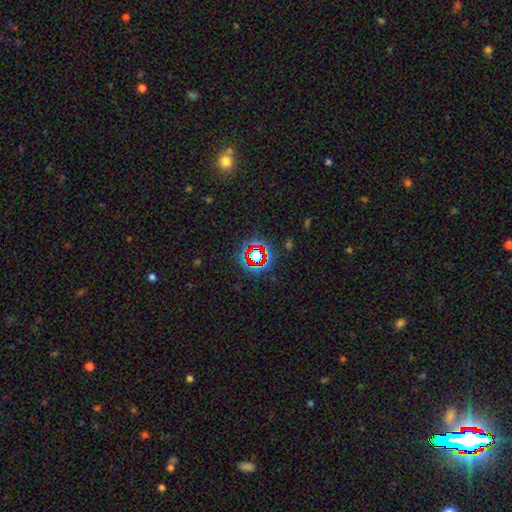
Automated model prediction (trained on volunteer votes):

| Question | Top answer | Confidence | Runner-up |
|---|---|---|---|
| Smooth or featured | star or artifact | 71% | smooth (18%) |